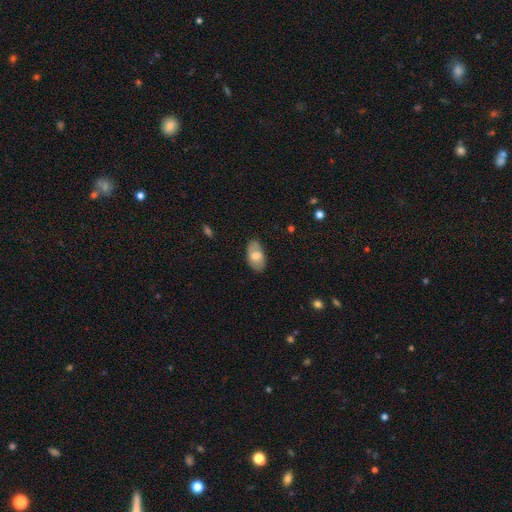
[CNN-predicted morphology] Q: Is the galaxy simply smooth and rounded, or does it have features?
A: smooth — 69%.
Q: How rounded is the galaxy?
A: in between — 94%.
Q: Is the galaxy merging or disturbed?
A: none — 81%.